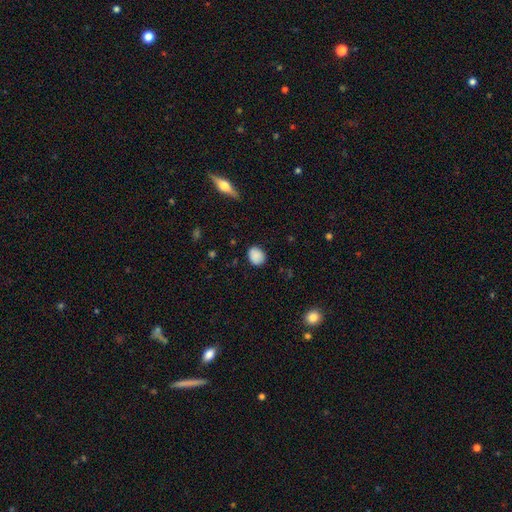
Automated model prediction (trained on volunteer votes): Smooth or featured? Predicted: smooth (p=0.87). How rounded? Predicted: round (p=0.50). Merging? Predicted: none (p=0.81).